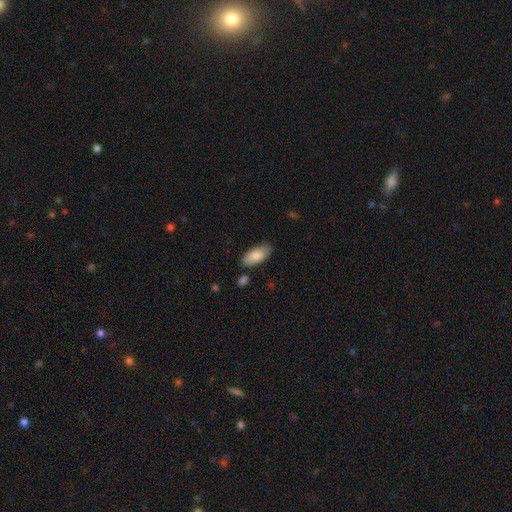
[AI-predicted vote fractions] The model was most divided on "merging": none: 77%, minor disturbance: 17%, major disturbance: 3%, merger: 3%. More confident: how rounded — in between (90%); smooth or featured — smooth (85%).